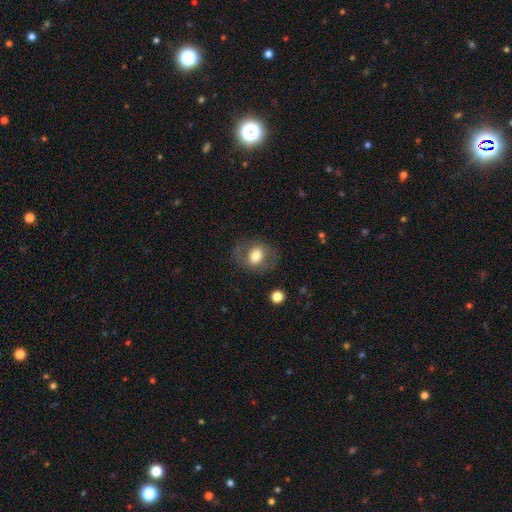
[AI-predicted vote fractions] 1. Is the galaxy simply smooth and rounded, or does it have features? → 63% smooth, 29% featured or disk, 8% star or artifact.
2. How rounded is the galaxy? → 52% in between, 47% round, 1% cigar-shaped.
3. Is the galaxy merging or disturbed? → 72% none, 15% minor disturbance, 11% major disturbance, 2% merger.